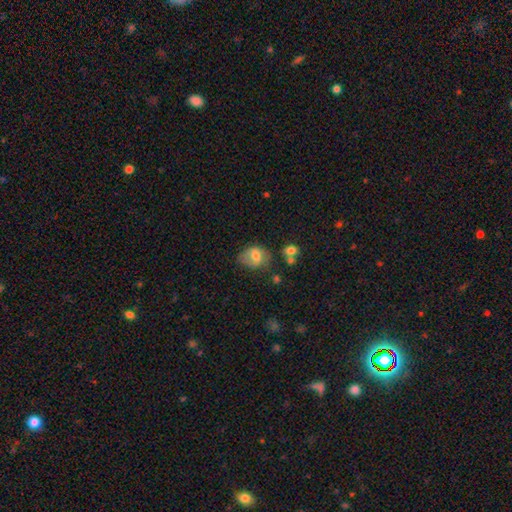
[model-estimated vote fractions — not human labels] A smooth galaxy with no disk features (65%) that is in between round and cigar-shaped (60%). Merging: none (47%).